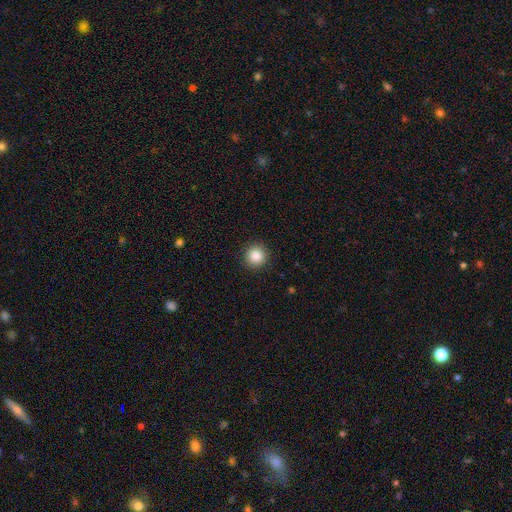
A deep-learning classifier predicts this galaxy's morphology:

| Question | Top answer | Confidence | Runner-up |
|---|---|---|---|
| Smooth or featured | smooth | 86% | star or artifact (9%) |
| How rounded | round | 94% | in between (5%) |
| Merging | none | 92% | minor disturbance (5%) |